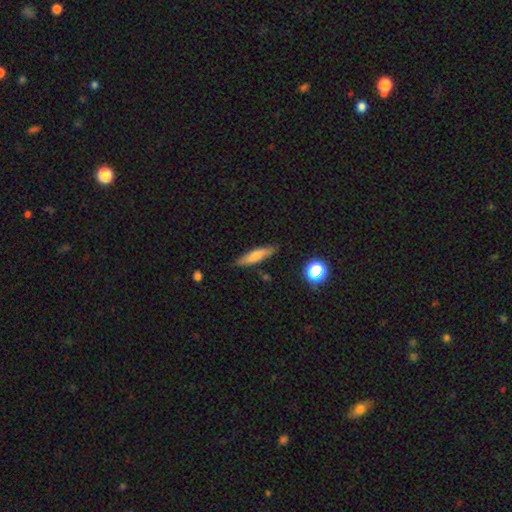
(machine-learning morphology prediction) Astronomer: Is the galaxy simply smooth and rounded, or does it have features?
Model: smooth — 70%.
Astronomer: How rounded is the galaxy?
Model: cigar-shaped — 78%.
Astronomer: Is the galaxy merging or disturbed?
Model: none — 84%.